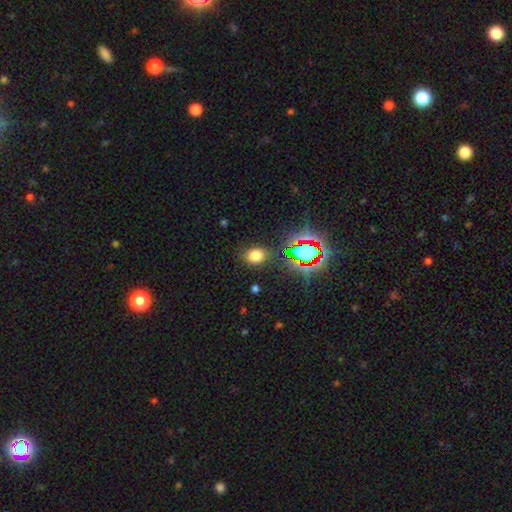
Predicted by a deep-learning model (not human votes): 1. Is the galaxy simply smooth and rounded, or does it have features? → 71% smooth, 22% star or artifact, 7% featured or disk.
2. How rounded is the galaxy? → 50% round, 48% in between, 1% cigar-shaped.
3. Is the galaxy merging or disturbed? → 83% none, 11% minor disturbance, 4% major disturbance, 2% merger.